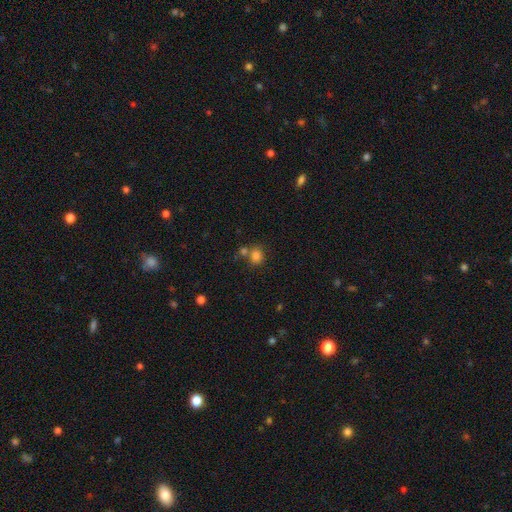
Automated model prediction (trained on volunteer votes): A smooth galaxy with no disk features (81%) that is round (67%).

Vote fractions:
- Smooth or featured? smooth: 81% / star or artifact: 13% / featured or disk: 6%
- How rounded? round: 67% / in between: 32% / cigar-shaped: 1%
- Merging? none: 58% / merger: 26% / minor disturbance: 11% / major disturbance: 5%